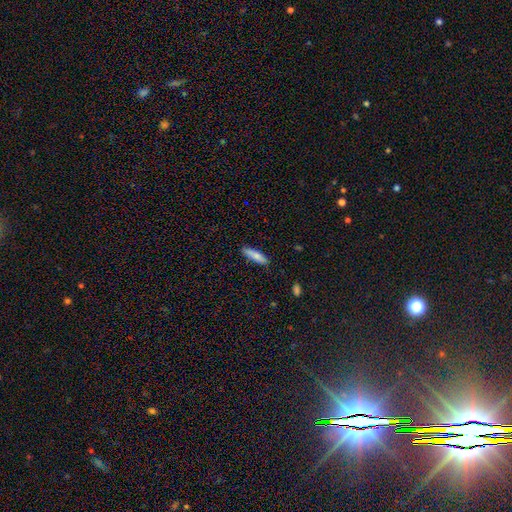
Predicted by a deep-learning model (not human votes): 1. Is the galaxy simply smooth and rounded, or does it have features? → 80% smooth, 14% featured or disk, 6% star or artifact.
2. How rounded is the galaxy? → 67% cigar-shaped, 32% in between, 2% round.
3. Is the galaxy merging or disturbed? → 85% none, 12% minor disturbance, 2% major disturbance, 1% merger.